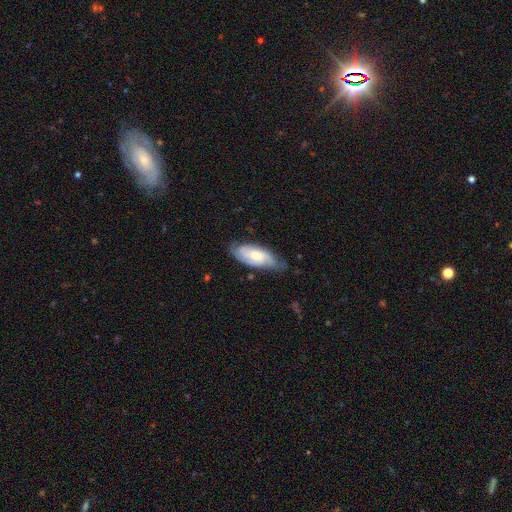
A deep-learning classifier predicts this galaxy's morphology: The model was most divided on "bulge size": moderate: 47%, small: 42%, large: 6%, none: 4%, dominant: 1%. Remaining: spiral arms — yes (93%); edge-on disk — no (91%); bar — no (65%); smooth or featured — featured or disk (65%); merging — none (62%); spiral winding — tight (51%); spiral arm count — 2 (43%).